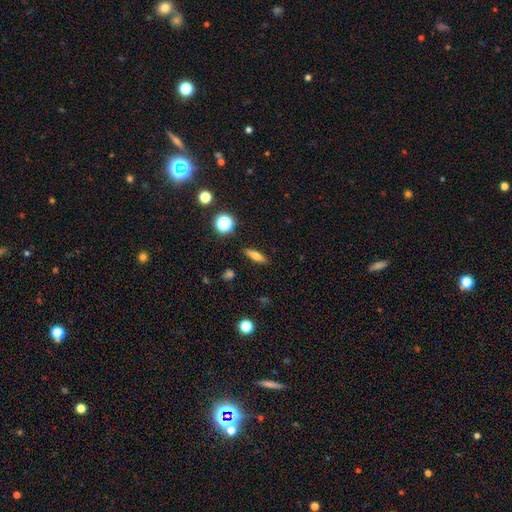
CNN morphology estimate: Smooth or featured? Predicted: smooth (p=0.68). How rounded? Predicted: cigar-shaped (p=0.55). Merging? Predicted: none (p=0.89).